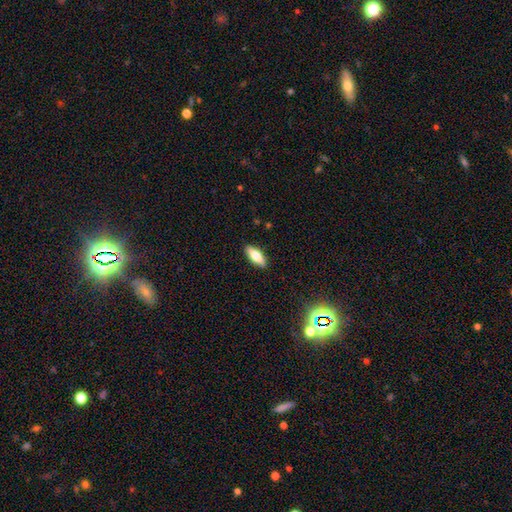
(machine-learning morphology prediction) Smooth or featured? Predicted: smooth (p=0.68). How rounded? Predicted: in between (p=0.69). Merging? Predicted: none (p=0.89).